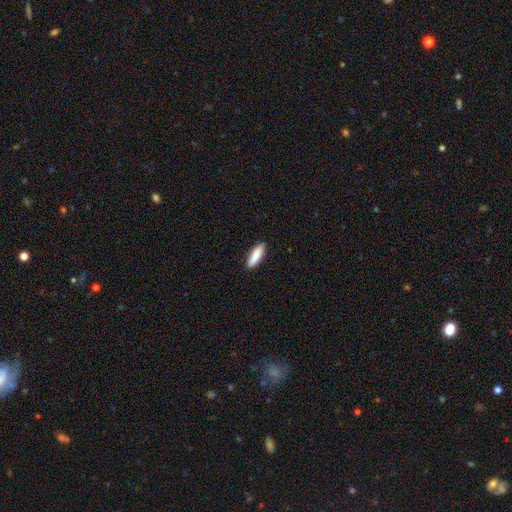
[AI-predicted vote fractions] This is clearly a smooth galaxy (83%). How rounded: likely cigar-shaped (62%). Merging: clearly none (89%).